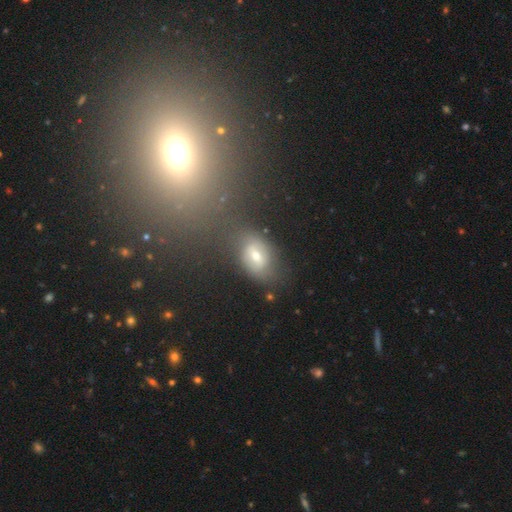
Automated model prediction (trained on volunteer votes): Smooth or featured?
  - smooth: 50% *
  - featured or disk: 34%
  - star or artifact: 16%
Merging?
  - none: 62% *
  - minor disturbance: 19%
  - major disturbance: 11%
  - merger: 8%